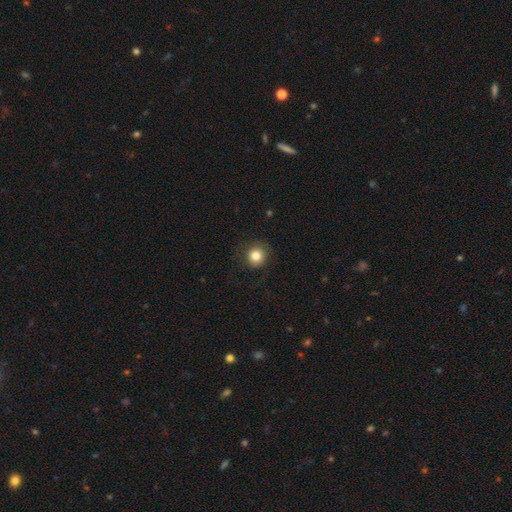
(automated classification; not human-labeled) Q: Smooth or featured?
A: smooth (84%); runner-up: star or artifact (10%)
Q: How rounded?
A: round (89%); runner-up: in between (10%)
Q: Merging?
A: none (85%); runner-up: minor disturbance (10%)